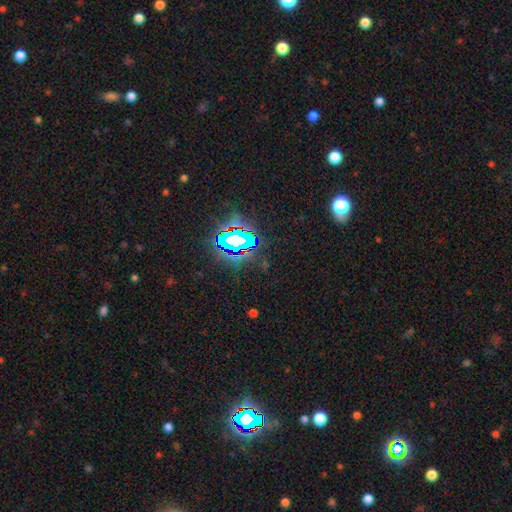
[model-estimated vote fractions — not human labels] The model was most divided on "smooth or featured": star or artifact: 82%, smooth: 11%, featured or disk: 8%.